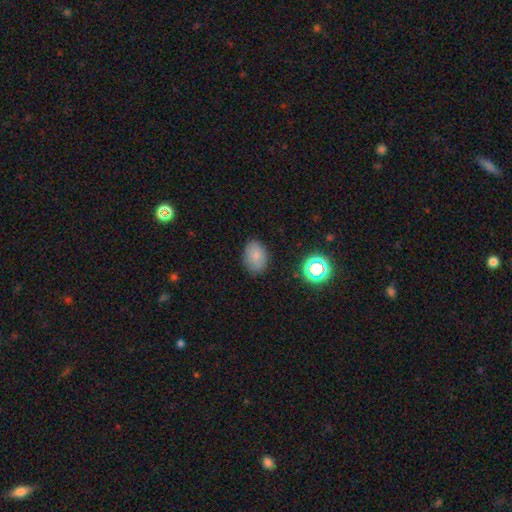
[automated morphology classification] Smooth or featured: smooth — 80% (star or artifact — 13%)
How rounded: in between — 80% (round — 19%)
Merging: none — 84% (minor disturbance — 11%)